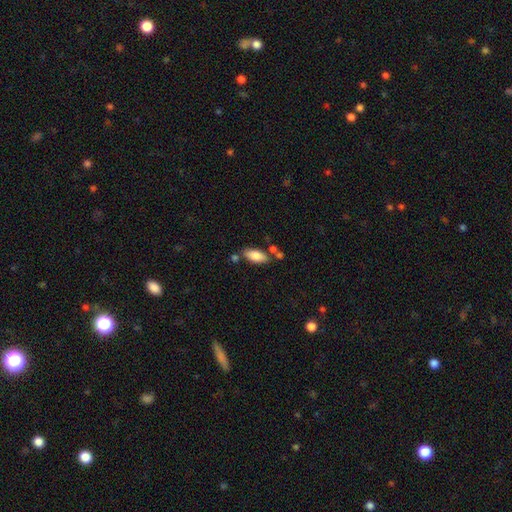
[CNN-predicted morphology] Smooth or featured? Predicted: smooth (p=0.83). How rounded? Predicted: in between (p=0.85). Merging? Predicted: none (p=0.71).